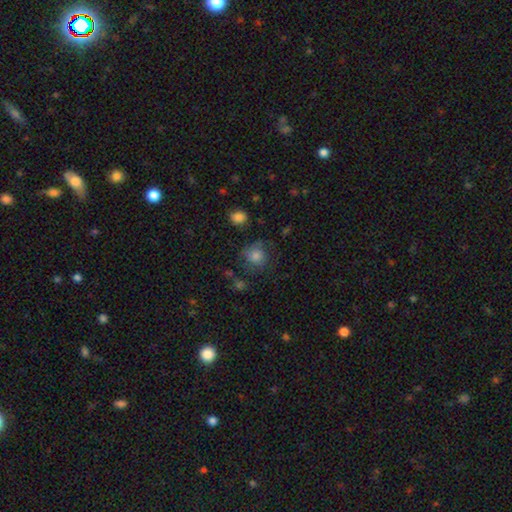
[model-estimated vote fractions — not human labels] Smooth or featured? Predicted: smooth (p=0.75). How rounded? Predicted: round (p=0.83). Merging? Predicted: none (p=0.64).